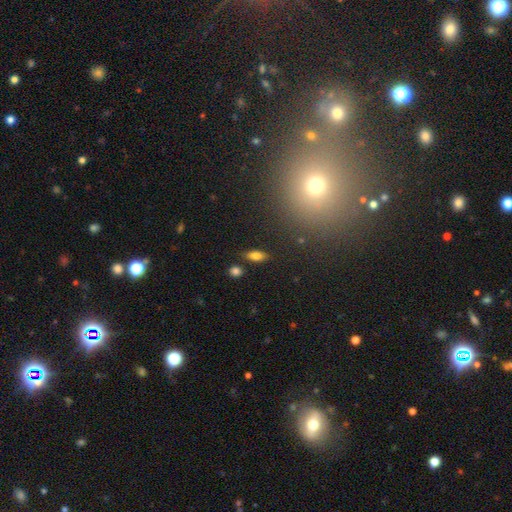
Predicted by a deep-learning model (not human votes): A smooth galaxy with no disk features (76%) that is in between round and cigar-shaped (81%). Merging: none (82%).